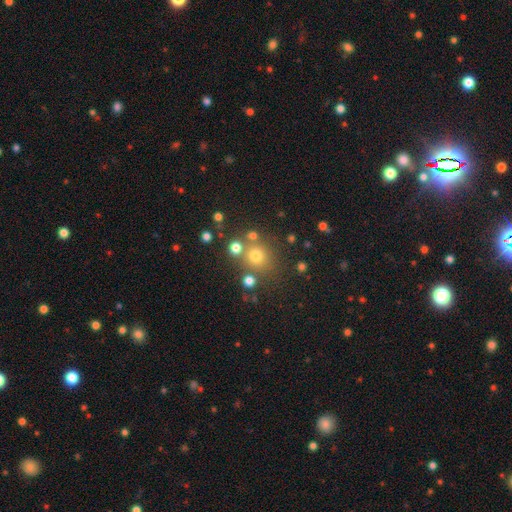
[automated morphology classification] The model was most divided on "smooth or featured": smooth: 68%, star or artifact: 22%, featured or disk: 10%. More confident: how rounded — round (87%); merging — none (72%).